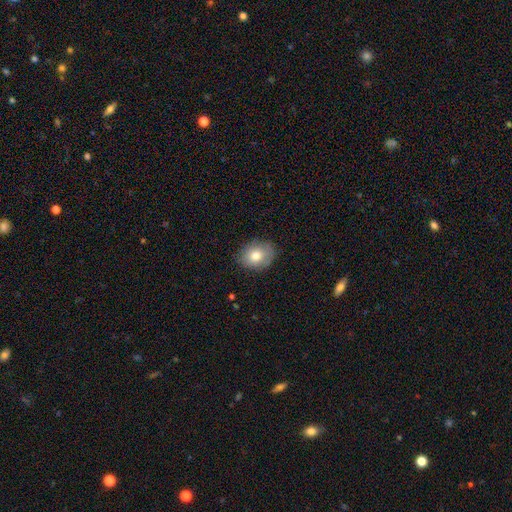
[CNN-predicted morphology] A smooth galaxy with no disk features (77%) that is in between round and cigar-shaped (63%). Merging: none (79%).